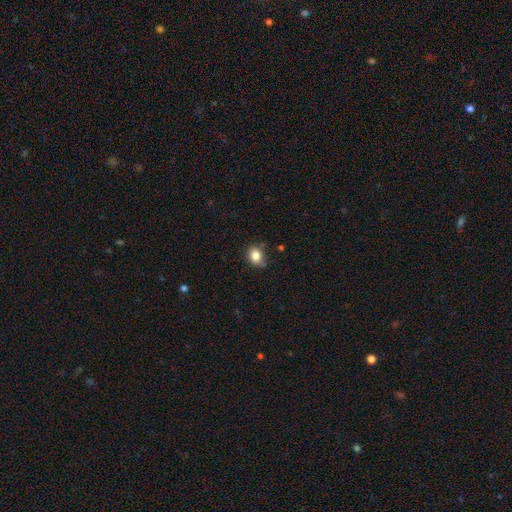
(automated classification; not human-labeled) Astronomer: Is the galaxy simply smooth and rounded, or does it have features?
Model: smooth — 84%.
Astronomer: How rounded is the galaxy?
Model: round — 59% (runner-up: in between, 40%).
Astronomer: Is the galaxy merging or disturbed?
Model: none — 73%.